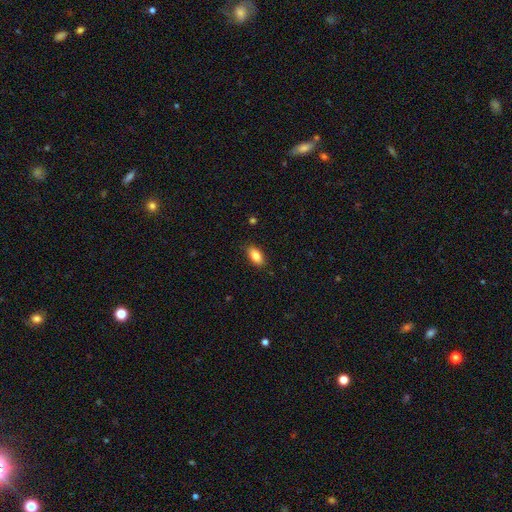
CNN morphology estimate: Q: Smooth or featured?
A: smooth (84%); runner-up: featured or disk (9%)
Q: How rounded?
A: in between (89%); runner-up: cigar-shaped (6%)
Q: Merging?
A: none (86%); runner-up: minor disturbance (11%)